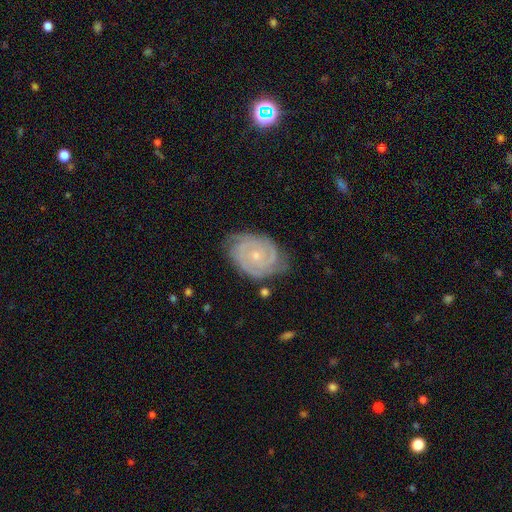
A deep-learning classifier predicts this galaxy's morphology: The model was most divided on "spiral arm count": 2: 42%, 3: 26%, can't tell: 15%, 4: 8%, 1: 4%, more than 4: 4%. More confident: edge-on disk — no (97%); spiral arms — yes (97%); smooth or featured — featured or disk (87%); bar — no (76%); spiral winding — tight (76%); merging — none (74%); bulge size — small (74%).